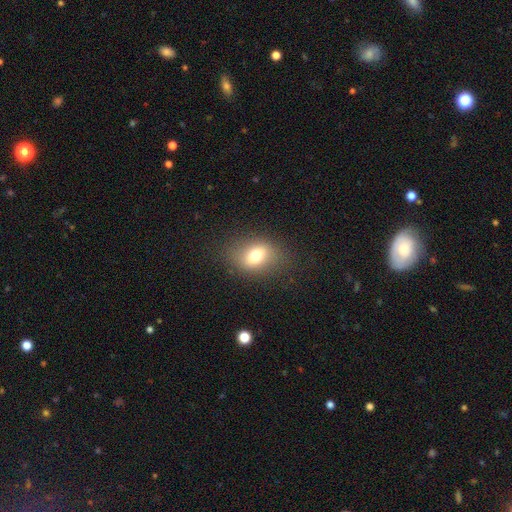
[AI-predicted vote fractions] Smooth or featured? Predicted: smooth (p=0.68). How rounded? Predicted: in between (p=0.65). Merging? Predicted: none (p=0.81).